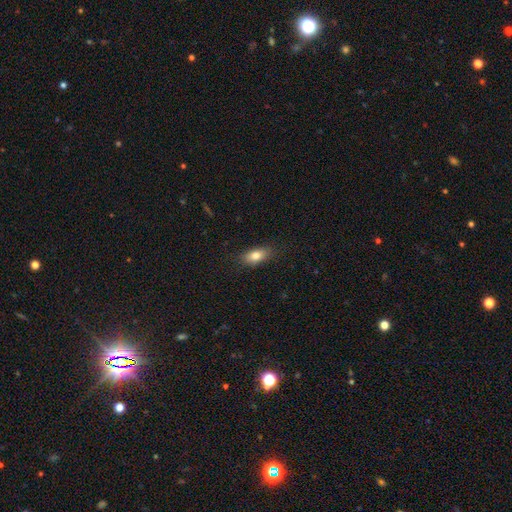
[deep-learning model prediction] A smooth galaxy with no disk features (80%) that is in between round and cigar-shaped (82%). Merging: none (84%).